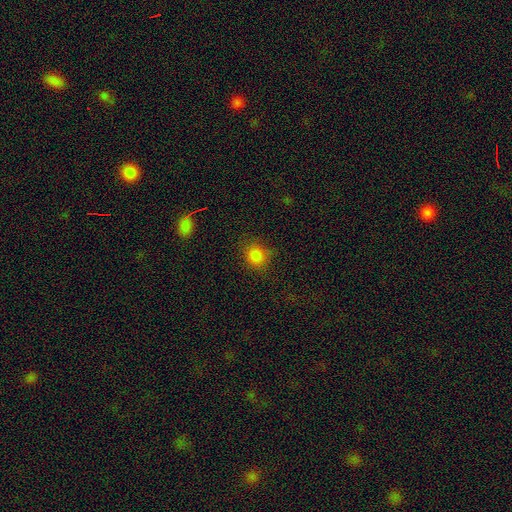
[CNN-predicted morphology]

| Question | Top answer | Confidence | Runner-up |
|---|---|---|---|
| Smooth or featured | smooth | 83% | star or artifact (13%) |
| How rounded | round | 79% | in between (20%) |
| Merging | none | 79% | minor disturbance (14%) |